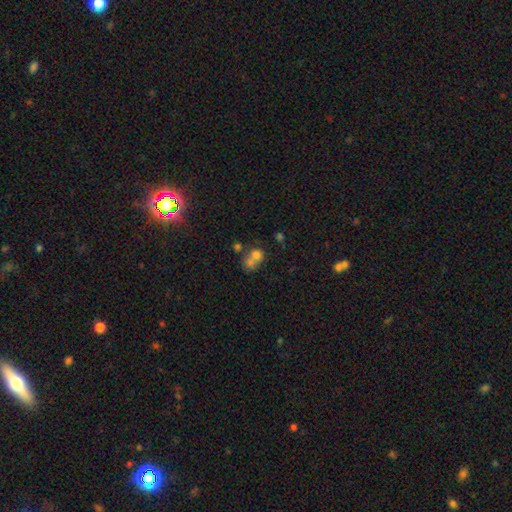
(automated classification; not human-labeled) smooth_or_featured: smooth (p=0.68) [alt: featured or disk p=0.19]
how_rounded: round (p=0.65) [alt: in between p=0.34]
merging: merger (p=0.62) [alt: none p=0.25]